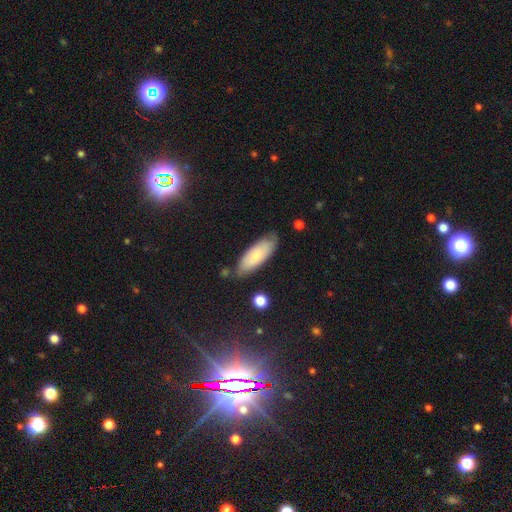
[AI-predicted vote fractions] Smooth or featured: smooth — 71% (featured or disk — 23%)
How rounded: in between — 66% (cigar-shaped — 32%)
Merging: none — 73% (minor disturbance — 20%)